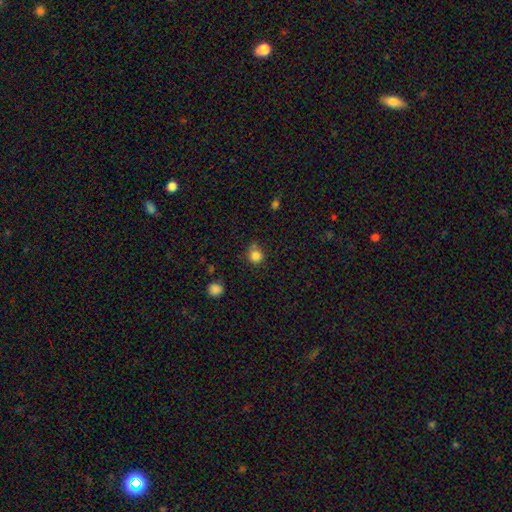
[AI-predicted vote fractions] Smooth or featured? Predicted: smooth (p=0.84). How rounded? Predicted: round (p=0.90). Merging? Predicted: none (p=0.69).